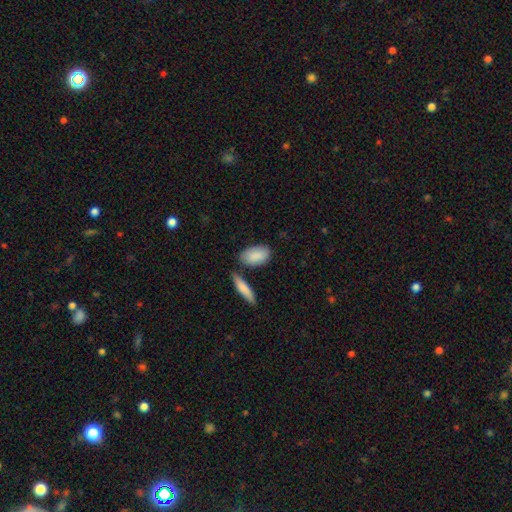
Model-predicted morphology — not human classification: type=smooth (87%); roundness=in between (90%); merging=none (70%).